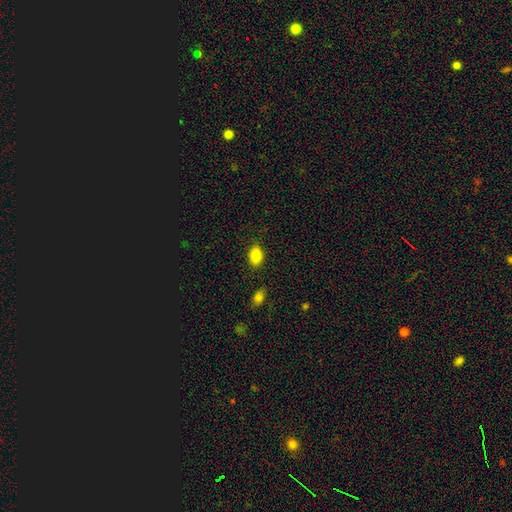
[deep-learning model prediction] Smooth or featured: smooth — 86% (star or artifact — 9%)
How rounded: in between — 87% (round — 10%)
Merging: none — 85% (minor disturbance — 11%)